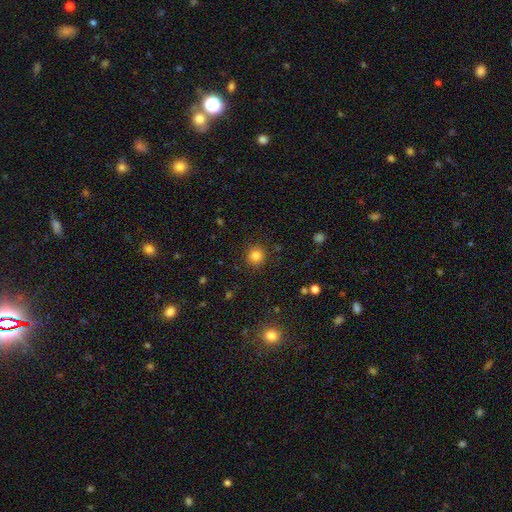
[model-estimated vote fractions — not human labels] A smooth galaxy with no disk features (83%) that is round (93%).

Vote fractions:
- Smooth or featured? smooth: 83% / star or artifact: 12% / featured or disk: 5%
- How rounded? round: 93% / in between: 6% / cigar-shaped: 1%
- Merging? none: 90% / minor disturbance: 7% / major disturbance: 3% / merger: 1%